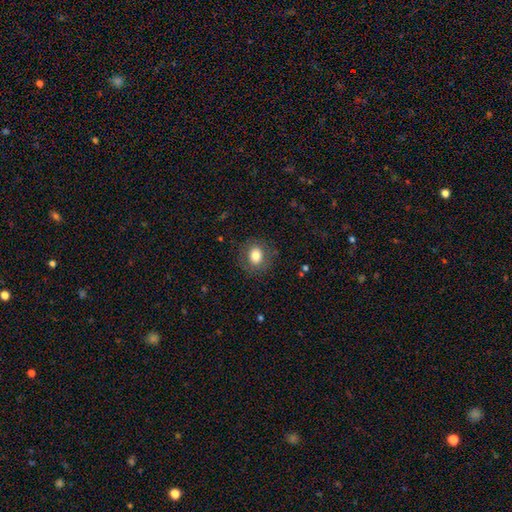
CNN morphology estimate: smooth 78%, featured or disk 12%, star or artifact 10%. Down the decision tree: how rounded — round (64%); merging — none (83%).